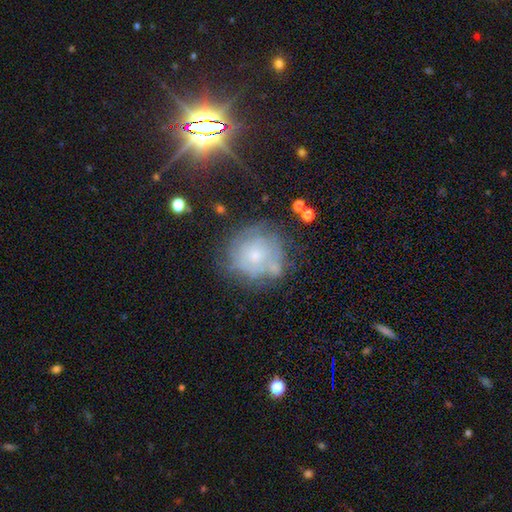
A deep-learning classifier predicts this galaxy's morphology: featured or disk 50%, smooth 38%, star or artifact 12%. Down the decision tree: merging — none (60%).